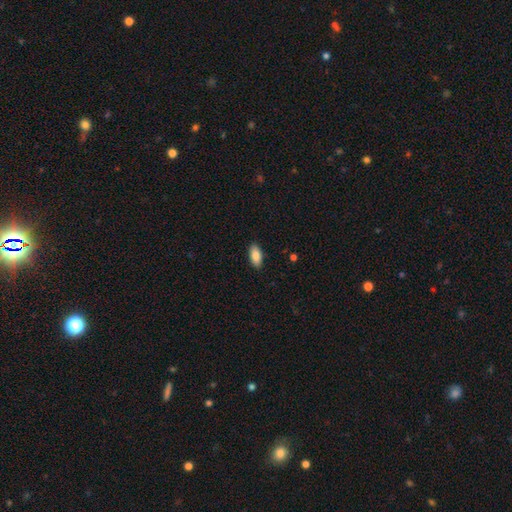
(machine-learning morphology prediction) type=smooth (88%); roundness=in between (91%); merging=none (89%).